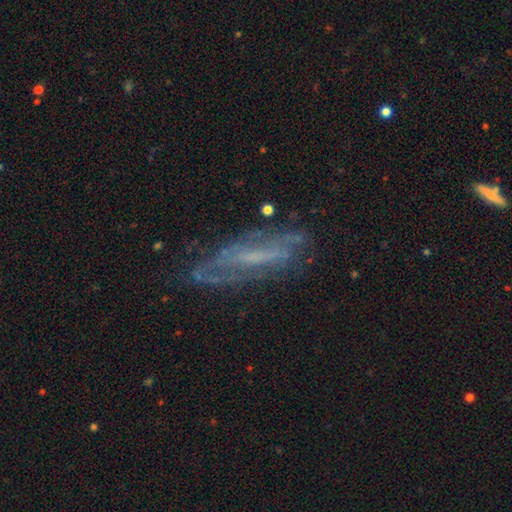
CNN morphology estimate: A featured or disk galaxy (66%).

Vote fractions:
- Smooth or featured? featured or disk: 66% / smooth: 21% / star or artifact: 14%
- Edge-on disk? no: 65% / yes: 35%
- Merging? none: 65% / minor disturbance: 21% / major disturbance: 12% / merger: 3%